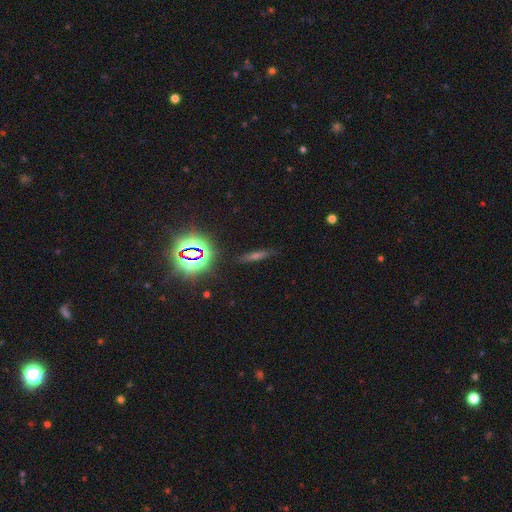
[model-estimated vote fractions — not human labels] Q: Smooth or featured?
A: smooth (39%); runner-up: star or artifact (32%)
Q: Merging?
A: none (85%); runner-up: minor disturbance (10%)